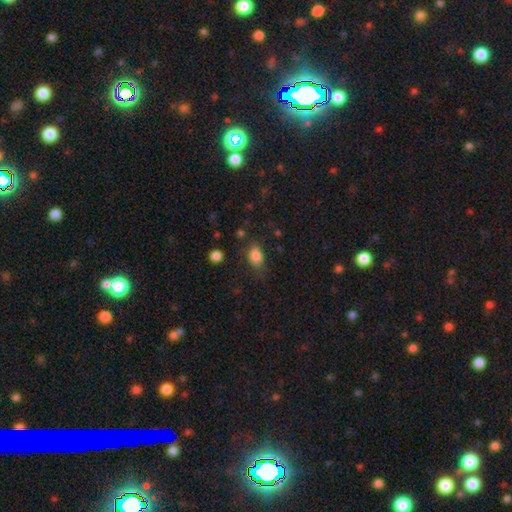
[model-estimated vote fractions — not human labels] This is clearly a smooth galaxy (84%). How rounded: clearly in between (83%). Merging: likely none (70%).